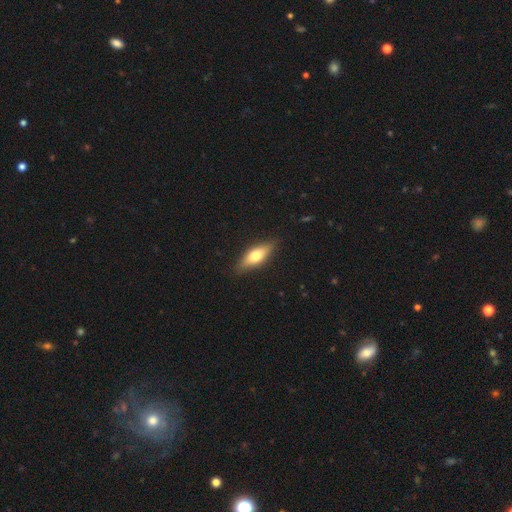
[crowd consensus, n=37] A smooth galaxy with no disk features (57%) that is in between round and cigar-shaped (71%). Merging: none (89%).